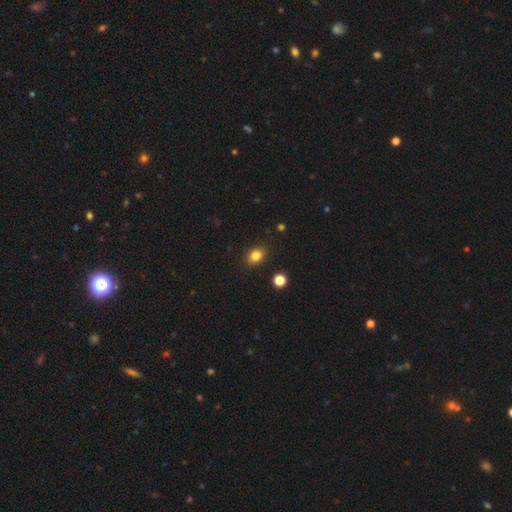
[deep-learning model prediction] A smooth galaxy with no disk features (82%) that is in between round and cigar-shaped (60%). Merging: none (87%).